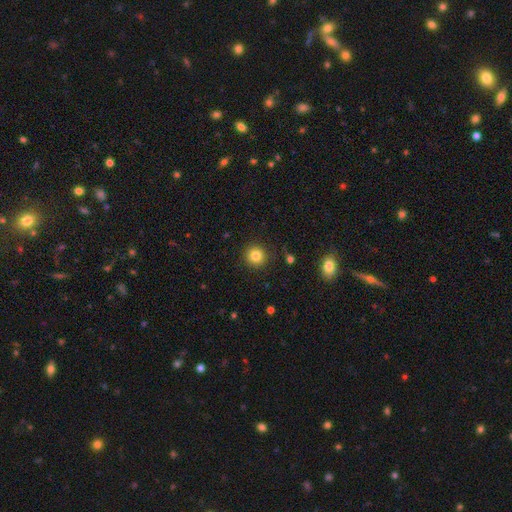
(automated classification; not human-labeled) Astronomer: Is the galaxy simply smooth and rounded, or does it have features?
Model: smooth — 83%.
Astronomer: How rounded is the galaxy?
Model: round — 93%.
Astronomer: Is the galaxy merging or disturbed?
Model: none — 90%.